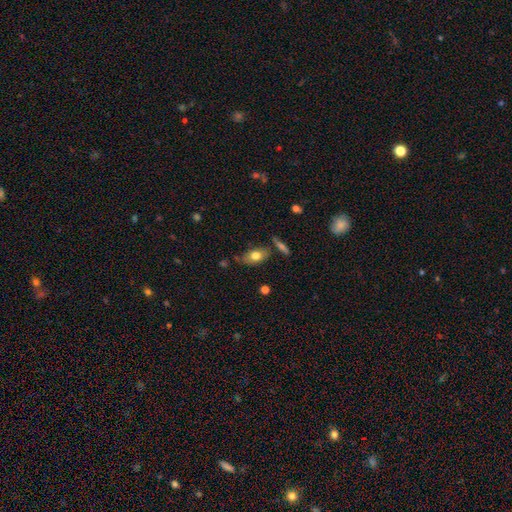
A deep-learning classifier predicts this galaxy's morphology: A smooth galaxy with no disk features (74%) that is in between round and cigar-shaped (86%). Merging: none (68%).